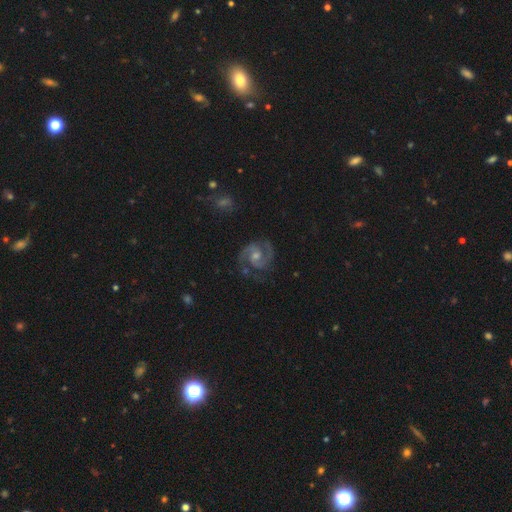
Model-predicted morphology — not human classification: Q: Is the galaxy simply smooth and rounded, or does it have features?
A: featured or disk — 91%.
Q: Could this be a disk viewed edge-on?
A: no — 98%.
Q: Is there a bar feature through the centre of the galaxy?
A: no — 49%.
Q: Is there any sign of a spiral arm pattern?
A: yes — 98%.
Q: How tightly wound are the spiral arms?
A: medium — 55%.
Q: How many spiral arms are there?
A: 2 — 91%.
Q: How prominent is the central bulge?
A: moderate — 55%.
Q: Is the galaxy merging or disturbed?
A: none — 80%.